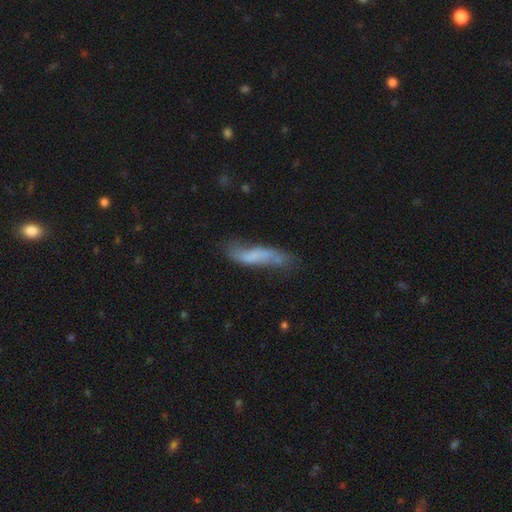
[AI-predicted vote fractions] Smooth or featured? smooth (53%)
How rounded? cigar-shaped (74%)
Merging? none (47%)